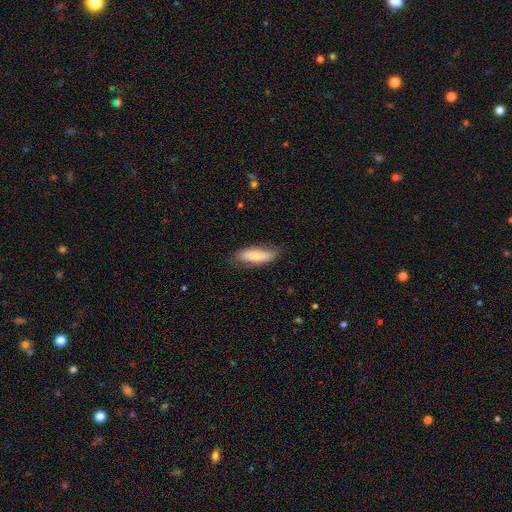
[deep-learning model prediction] Smooth or featured? smooth (70%)
How rounded? in between (58%)
Merging? none (73%)